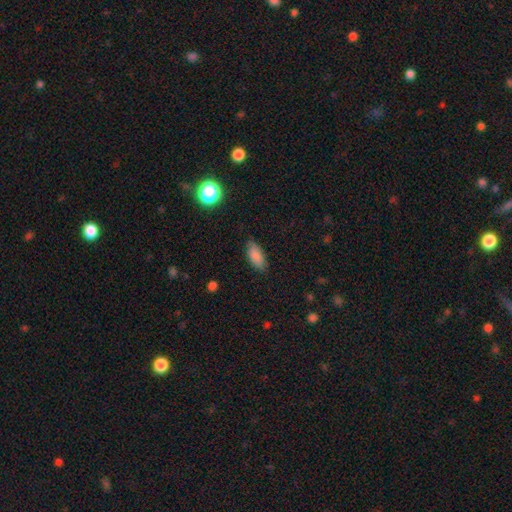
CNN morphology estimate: Smooth or featured? Predicted: smooth (p=0.85). How rounded? Predicted: in between (p=0.86). Merging? Predicted: none (p=0.79).